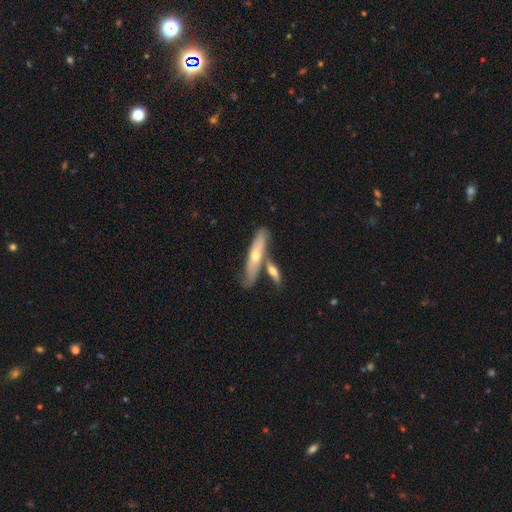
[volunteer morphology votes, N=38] A smooth galaxy with no disk features (61%) that is cigar-shaped (78%). Merging: none (54%).